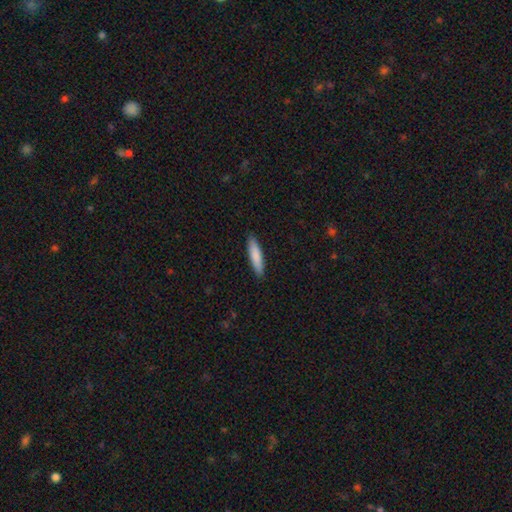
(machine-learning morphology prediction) Smooth or featured? Predicted: smooth (p=0.84). How rounded? Predicted: cigar-shaped (p=0.78). Merging? Predicted: none (p=0.90).